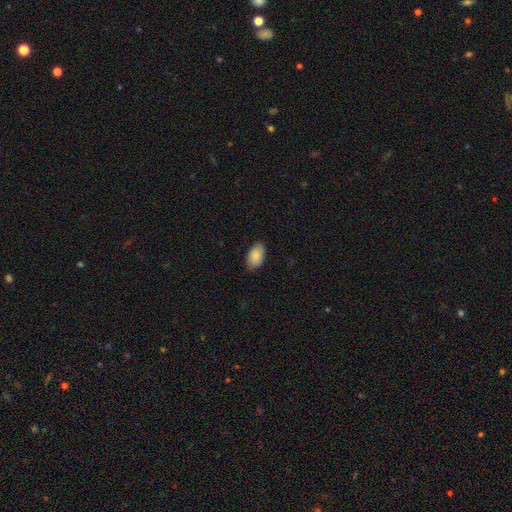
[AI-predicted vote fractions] Smooth or featured: smooth — 87% (featured or disk — 7%)
How rounded: in between — 93% (round — 6%)
Merging: none — 86% (minor disturbance — 11%)